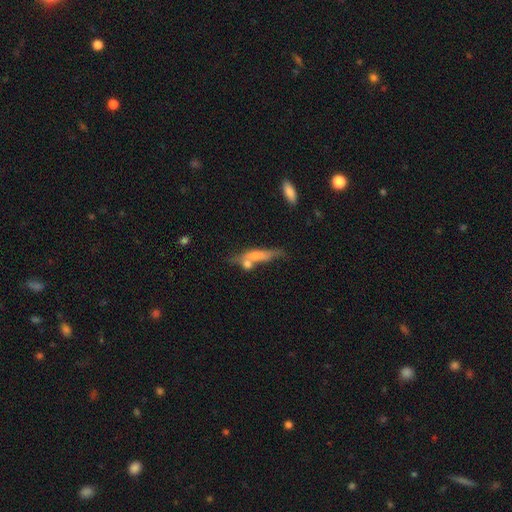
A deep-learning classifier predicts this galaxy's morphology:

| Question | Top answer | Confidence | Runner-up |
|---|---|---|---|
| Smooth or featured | featured or disk | 45% | smooth (44%) |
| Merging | none | 52% | merger (20%) |